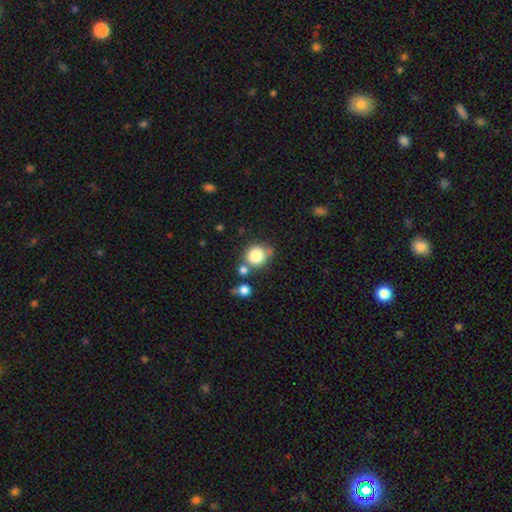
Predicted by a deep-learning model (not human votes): This appears to be a smooth galaxy with no disk features (82%) that is round (85%). Merging: none (63%).